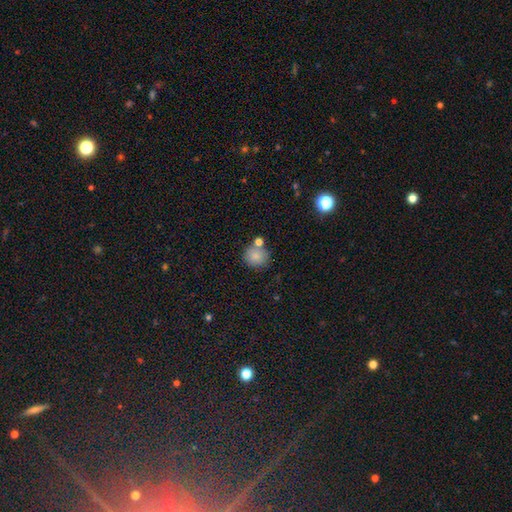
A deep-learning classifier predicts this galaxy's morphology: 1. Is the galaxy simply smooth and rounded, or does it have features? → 82% smooth, 10% star or artifact, 8% featured or disk.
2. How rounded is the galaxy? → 89% round, 10% in between, 1% cigar-shaped.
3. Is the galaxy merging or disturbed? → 66% none, 18% merger, 12% minor disturbance, 4% major disturbance.